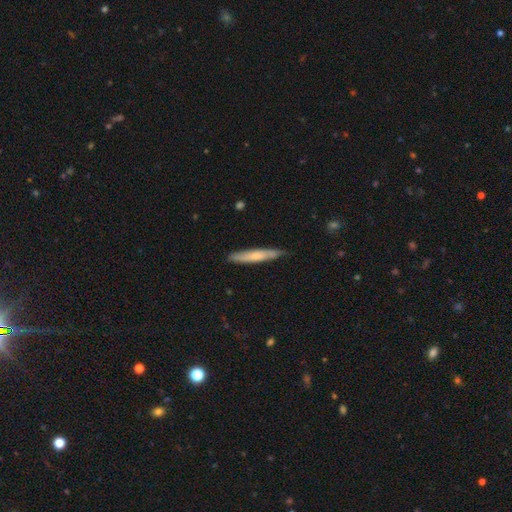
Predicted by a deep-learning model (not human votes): Q: Smooth or featured?
A: smooth (60%); runner-up: featured or disk (35%)
Q: How rounded?
A: cigar-shaped (93%); runner-up: in between (6%)
Q: Merging?
A: none (84%); runner-up: minor disturbance (13%)